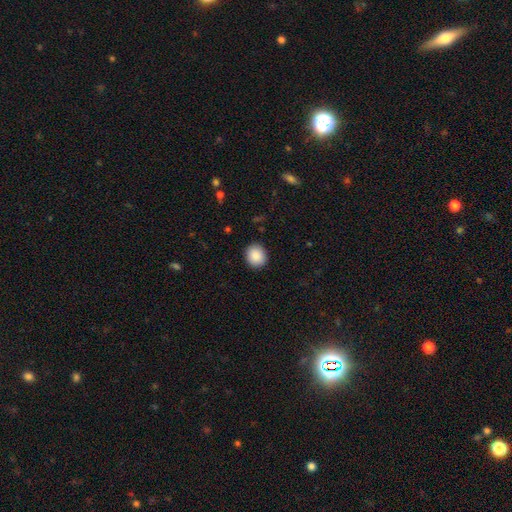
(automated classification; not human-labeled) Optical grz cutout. It shows a smooth galaxy with no disk features (89%) that is round (80%). Merging: none (91%).